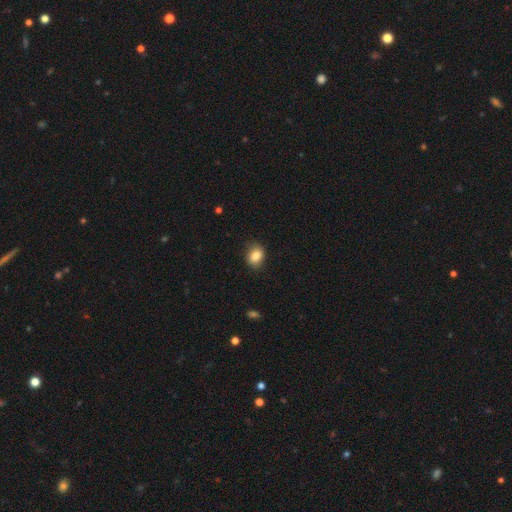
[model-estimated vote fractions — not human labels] This is clearly a smooth galaxy (85%). How rounded: likely in between (65%). Merging: clearly none (81%).